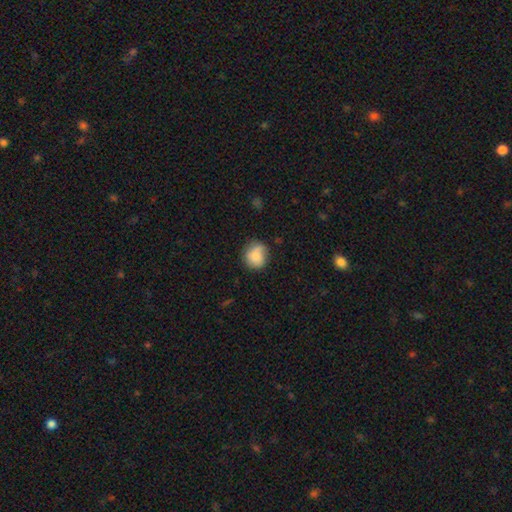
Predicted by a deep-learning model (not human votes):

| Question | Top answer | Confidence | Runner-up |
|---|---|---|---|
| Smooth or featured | smooth | 80% | featured or disk (12%) |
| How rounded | round | 77% | in between (22%) |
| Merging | none | 63% | minor disturbance (26%) |